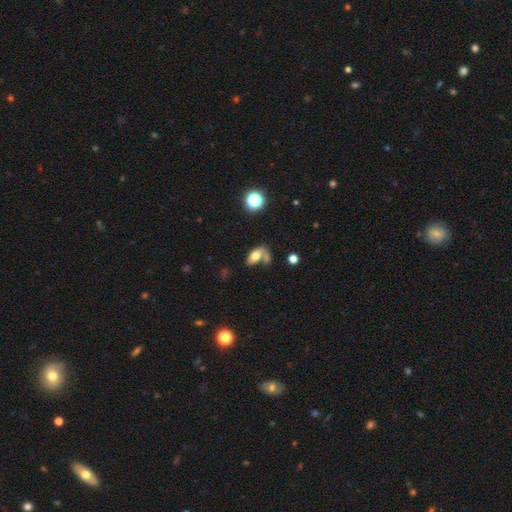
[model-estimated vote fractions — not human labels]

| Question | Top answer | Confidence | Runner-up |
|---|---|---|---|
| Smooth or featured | smooth | 68% | featured or disk (21%) |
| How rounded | in between | 87% | round (7%) |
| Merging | none | 36% | merger (34%) |